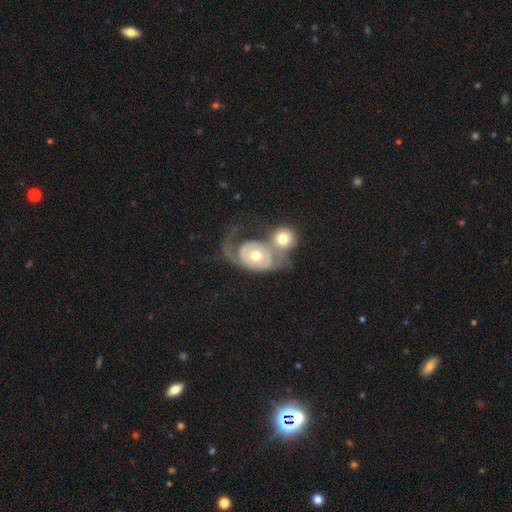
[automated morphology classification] A featured or disk galaxy (73%) with no bar (79%), 1 (44%) tight (36%) spiral arms (81%) and a moderate central bulge (74%). Merging: merger (60%).